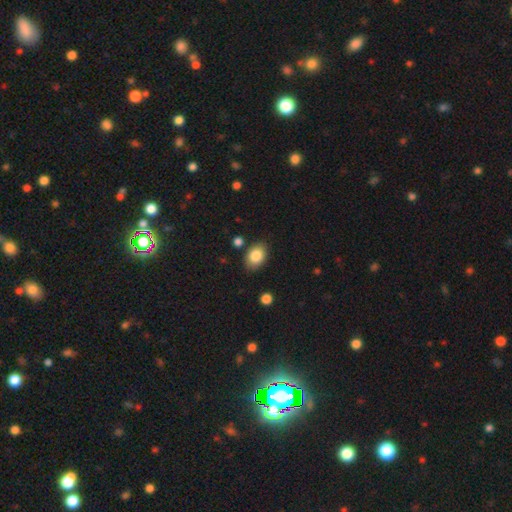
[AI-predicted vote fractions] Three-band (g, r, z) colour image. It shows a smooth galaxy with no disk features (84%) that is in between round and cigar-shaped (81%). Merging: none (83%).